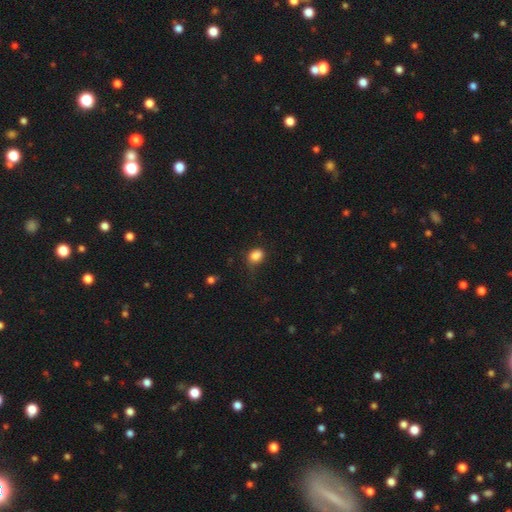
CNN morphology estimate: A smooth galaxy with no disk features (85%) that is in between round and cigar-shaped (56%). Merging: none (53%).